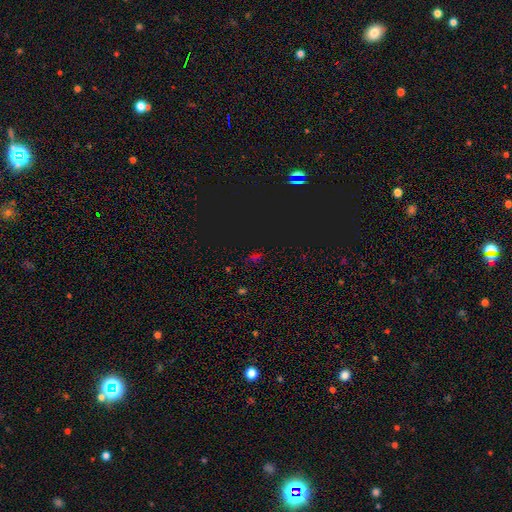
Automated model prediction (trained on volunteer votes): Smooth or featured? star or artifact (66%)